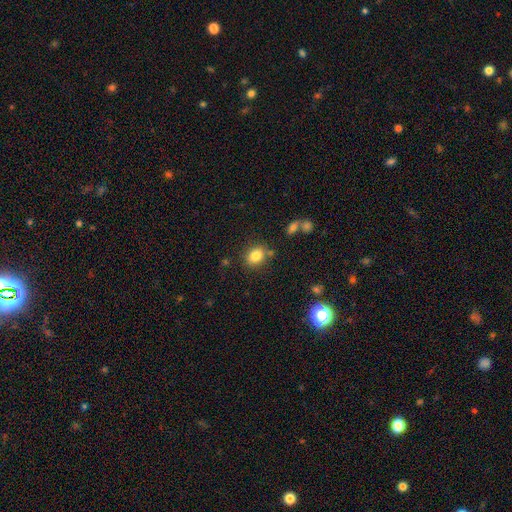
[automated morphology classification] Q: Smooth or featured?
A: smooth (82%); runner-up: star or artifact (10%)
Q: How rounded?
A: in between (56%); runner-up: round (43%)
Q: Merging?
A: none (77%); runner-up: minor disturbance (13%)